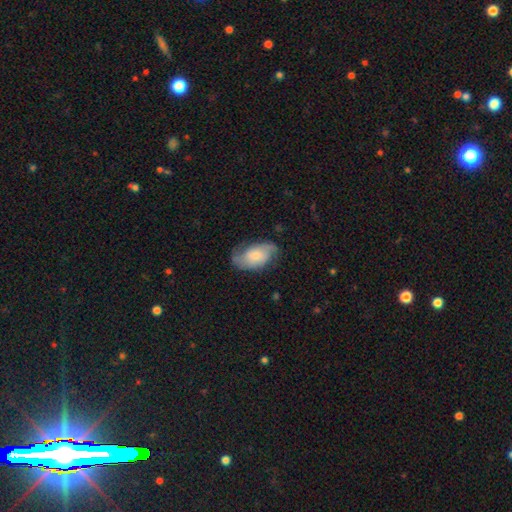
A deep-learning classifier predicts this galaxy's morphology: Smooth or featured? featured or disk (55%)
Edge-on disk? no (95%)
Bar? no (72%)
Spiral arms? yes (87%)
Bulge size? small (46%)
Merging? none (63%)